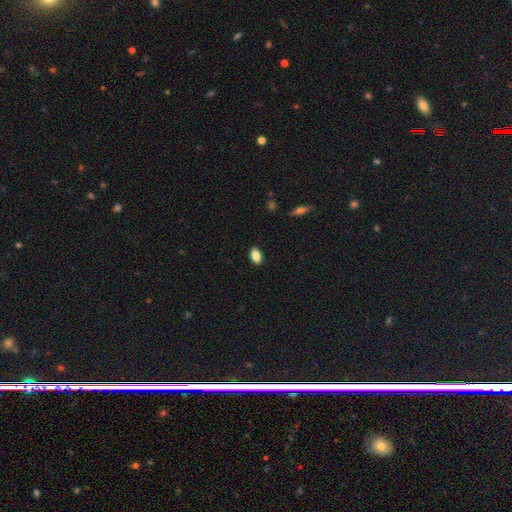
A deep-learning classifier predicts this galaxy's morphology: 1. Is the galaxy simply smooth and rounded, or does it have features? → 86% smooth, 8% star or artifact, 6% featured or disk.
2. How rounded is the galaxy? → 89% in between, 8% round, 3% cigar-shaped.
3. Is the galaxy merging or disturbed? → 89% none, 8% minor disturbance, 2% major disturbance, 1% merger.